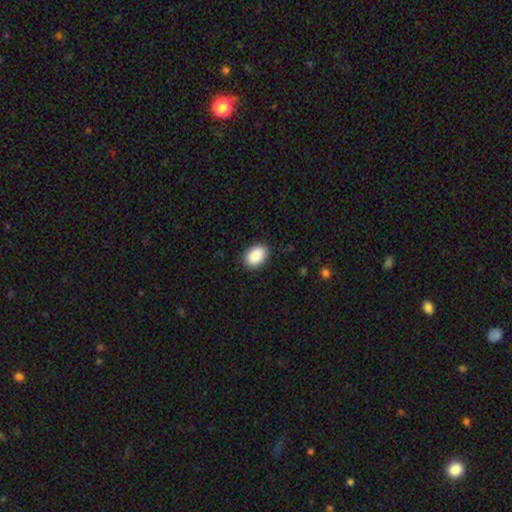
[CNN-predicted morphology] This is clearly a smooth galaxy (90%). How rounded: clearly in between (81%). Merging: clearly none (88%).